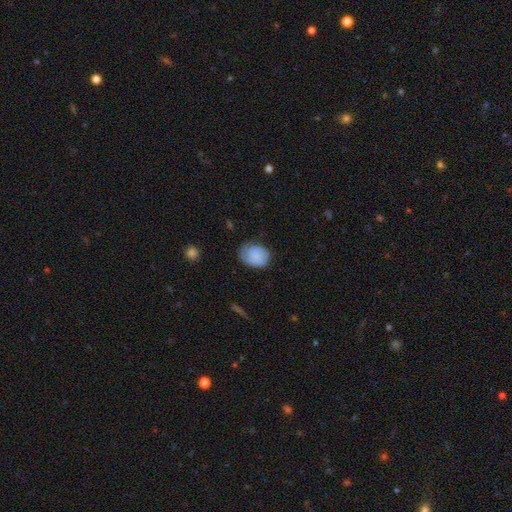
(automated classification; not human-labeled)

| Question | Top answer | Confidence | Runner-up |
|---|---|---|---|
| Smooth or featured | smooth | 78% | featured or disk (15%) |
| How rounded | in between | 54% | round (45%) |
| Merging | none | 59% | minor disturbance (30%) |